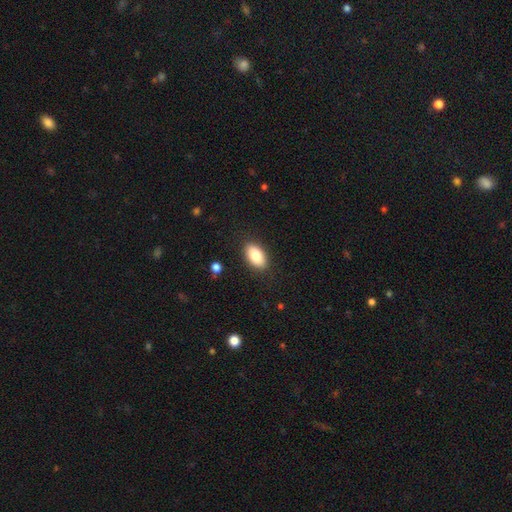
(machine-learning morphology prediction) Smooth or featured?
  - smooth: 85% *
  - featured or disk: 9%
  - star or artifact: 7%
How rounded?
  - in between: 93% *
  - round: 4%
  - cigar-shaped: 3%
Merging?
  - none: 87% *
  - minor disturbance: 9%
  - major disturbance: 3%
  - merger: 1%